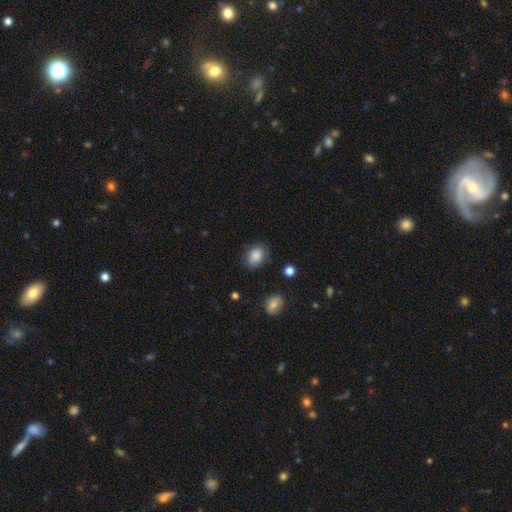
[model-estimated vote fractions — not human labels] This is clearly a smooth galaxy (87%). How rounded: likely in between (70%). Merging: clearly none (81%).